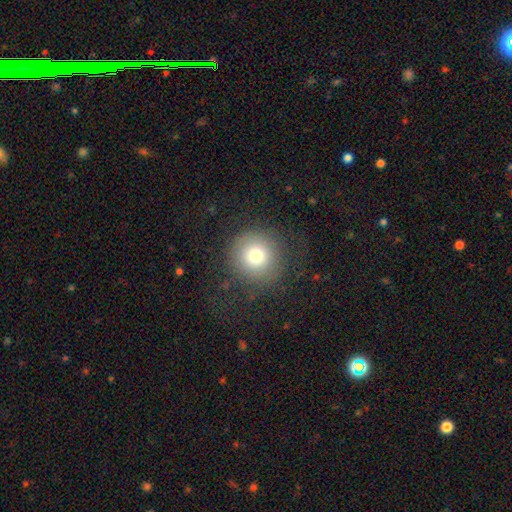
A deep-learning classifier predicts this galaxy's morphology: This appears to be a smooth galaxy with no disk features (76%) that is round (95%). Merging: none (80%).